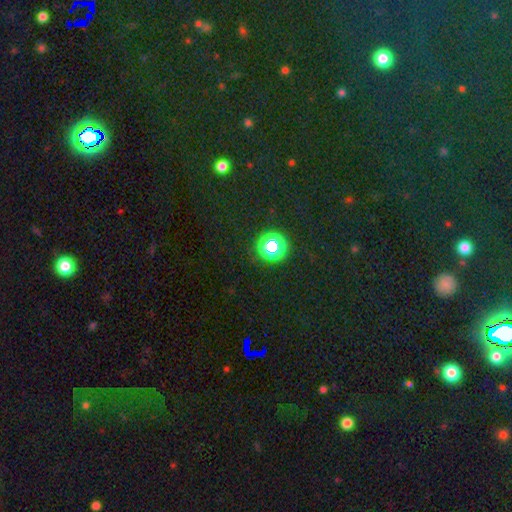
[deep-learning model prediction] A star or artifact, not a galaxy (74%).